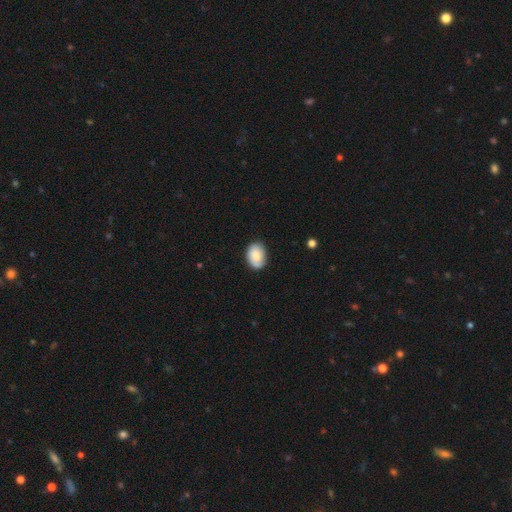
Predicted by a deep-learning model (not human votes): Smooth or featured? smooth (69%)
How rounded? in between (75%)
Merging? none (76%)